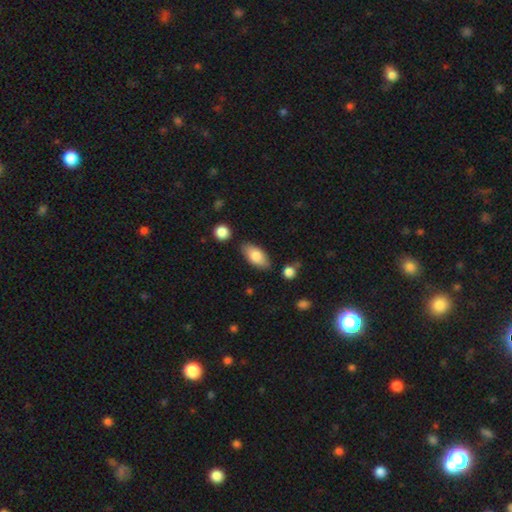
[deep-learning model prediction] Overall: smooth (81%). How rounded: in between (90%). Merging: none (79%).